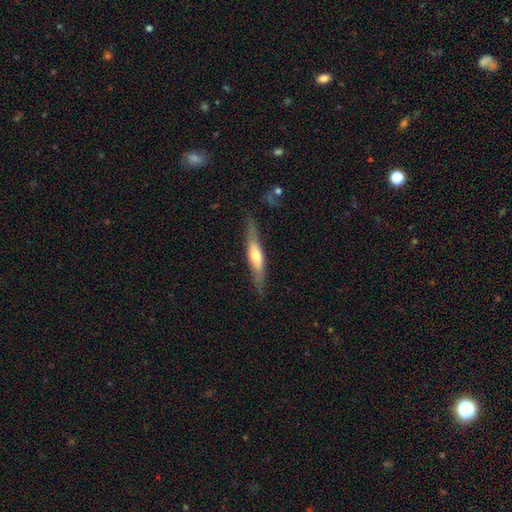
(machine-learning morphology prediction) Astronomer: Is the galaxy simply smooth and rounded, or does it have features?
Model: featured or disk — 53% (runner-up: smooth, 41%).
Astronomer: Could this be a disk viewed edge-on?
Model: yes — 88%.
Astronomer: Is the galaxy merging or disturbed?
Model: none — 81%.